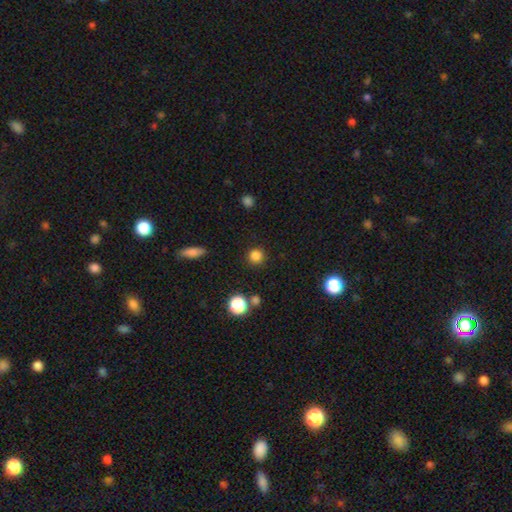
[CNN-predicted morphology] Smooth or featured?
  - smooth: 83% *
  - star or artifact: 13%
  - featured or disk: 4%
How rounded?
  - round: 93% *
  - in between: 6%
  - cigar-shaped: 1%
Merging?
  - none: 89% *
  - minor disturbance: 7%
  - major disturbance: 3%
  - merger: 2%